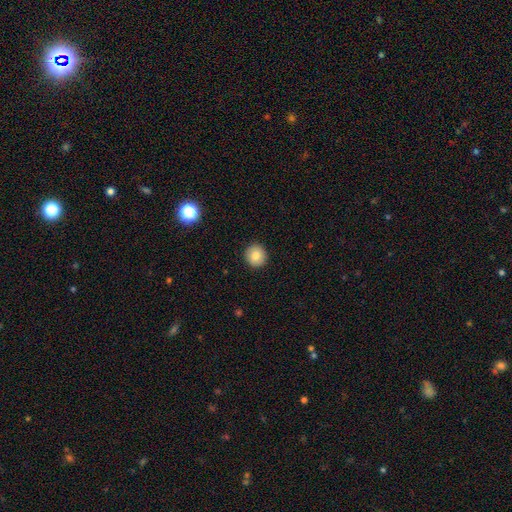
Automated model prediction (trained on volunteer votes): smooth-or-featured: smooth: 82% | star or artifact: 9% | featured or disk: 9%
  how-rounded: round: 93% | in between: 6% | cigar-shaped: 1%
  merging: none: 92% | minor disturbance: 5% | major disturbance: 2% | merger: 1%